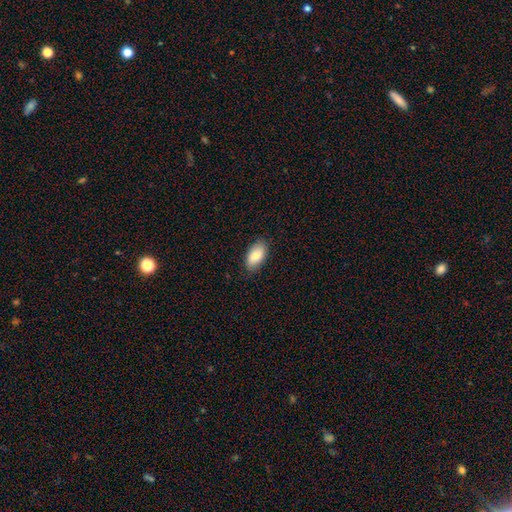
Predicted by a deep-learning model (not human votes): smooth_or_featured: smooth (p=0.83) [alt: featured or disk p=0.10]
how_rounded: in between (p=0.94) [alt: round p=0.03]
merging: none (p=0.85) [alt: minor disturbance p=0.12]